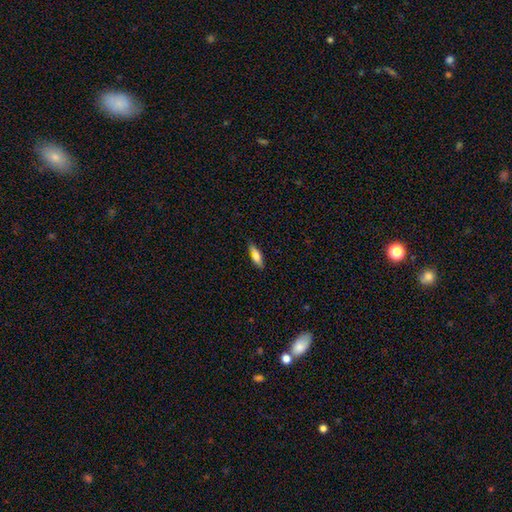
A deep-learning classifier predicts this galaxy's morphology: This appears to be a smooth galaxy with no disk features (70%) that is cigar-shaped (54%). Merging: none (78%).